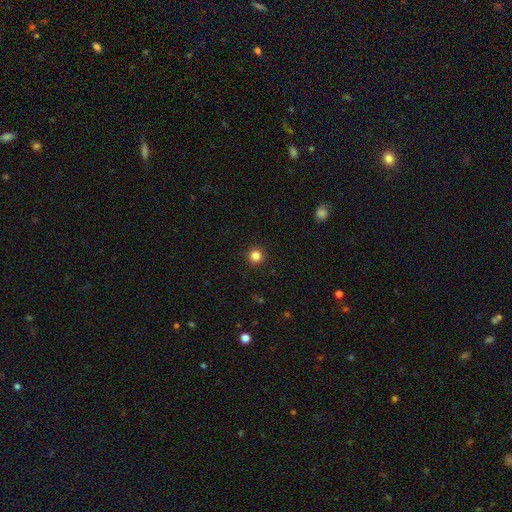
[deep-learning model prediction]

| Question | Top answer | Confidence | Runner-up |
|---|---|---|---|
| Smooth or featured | smooth | 84% | star or artifact (12%) |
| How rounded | round | 96% | in between (3%) |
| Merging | none | 93% | minor disturbance (4%) |